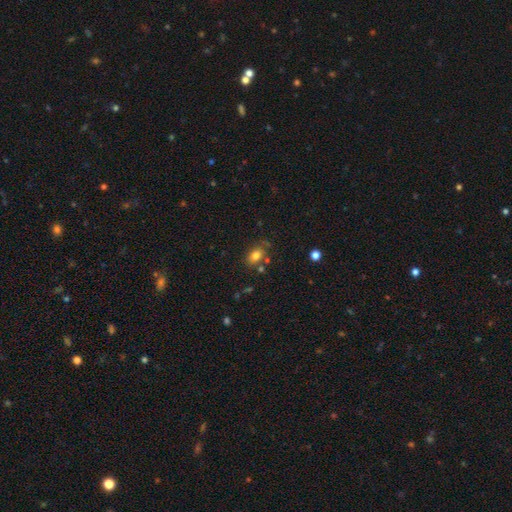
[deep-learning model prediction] Smooth or featured? Predicted: smooth (p=0.77). How rounded? Predicted: in between (p=0.79). Merging? Predicted: none (p=0.65).